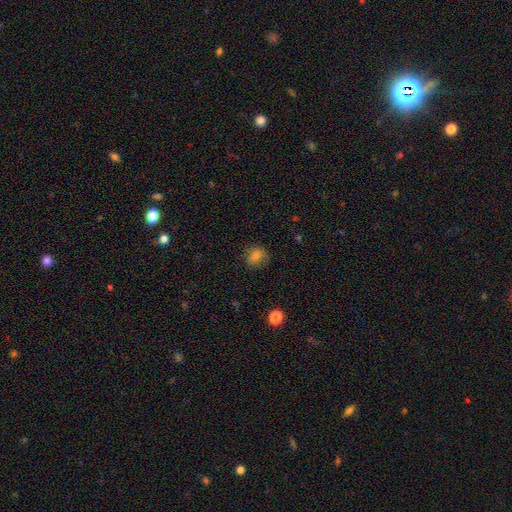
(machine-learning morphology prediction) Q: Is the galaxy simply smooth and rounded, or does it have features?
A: smooth — 81%.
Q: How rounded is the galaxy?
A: round — 76%.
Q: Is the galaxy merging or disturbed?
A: none — 81%.